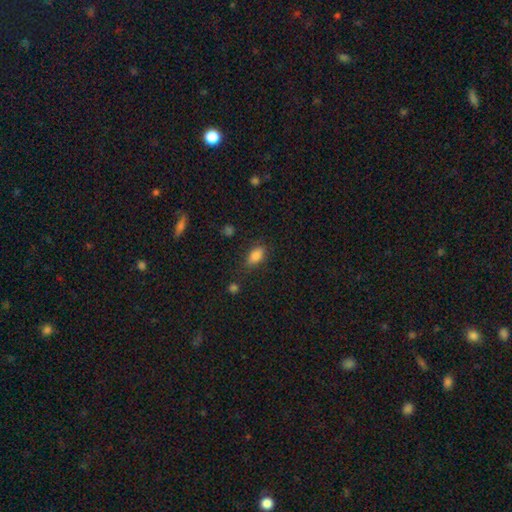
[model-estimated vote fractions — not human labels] Smooth or featured: smooth — 83% (star or artifact — 10%)
How rounded: in between — 87% (round — 7%)
Merging: none — 73% (minor disturbance — 18%)